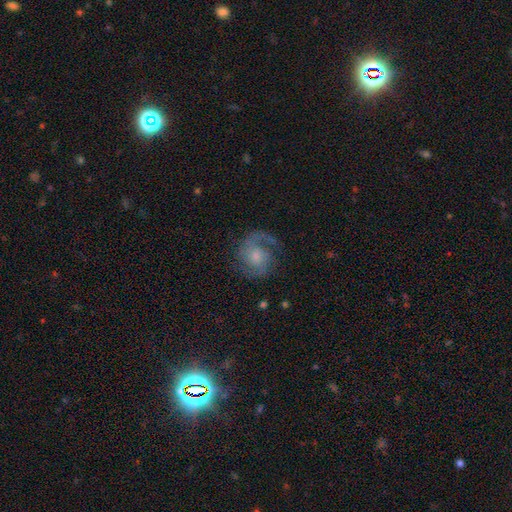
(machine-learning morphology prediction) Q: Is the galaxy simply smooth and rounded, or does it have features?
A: featured or disk — 83%.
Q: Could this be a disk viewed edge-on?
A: no — 98%.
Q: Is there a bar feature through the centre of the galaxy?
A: no — 60%.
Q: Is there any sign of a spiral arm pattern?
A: yes — 96%.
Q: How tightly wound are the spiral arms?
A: medium — 53%.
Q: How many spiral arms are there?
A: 2 — 77%.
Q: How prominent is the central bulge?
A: moderate — 41%.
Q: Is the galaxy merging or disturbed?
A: none — 73%.